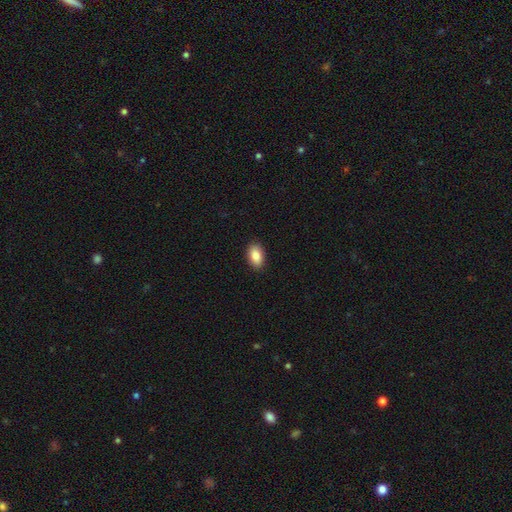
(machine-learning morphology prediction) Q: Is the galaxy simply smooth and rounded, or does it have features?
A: smooth — 86%.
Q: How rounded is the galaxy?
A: in between — 91%.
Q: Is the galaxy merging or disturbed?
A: none — 90%.